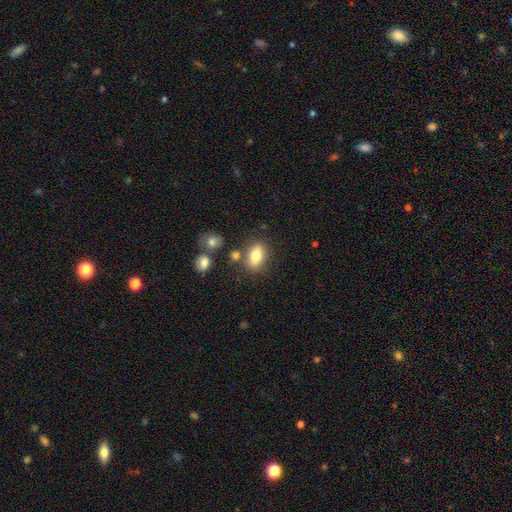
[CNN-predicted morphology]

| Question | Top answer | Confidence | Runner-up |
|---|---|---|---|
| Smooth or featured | smooth | 80% | featured or disk (11%) |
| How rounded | in between | 85% | round (11%) |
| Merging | none | 75% | minor disturbance (13%) |